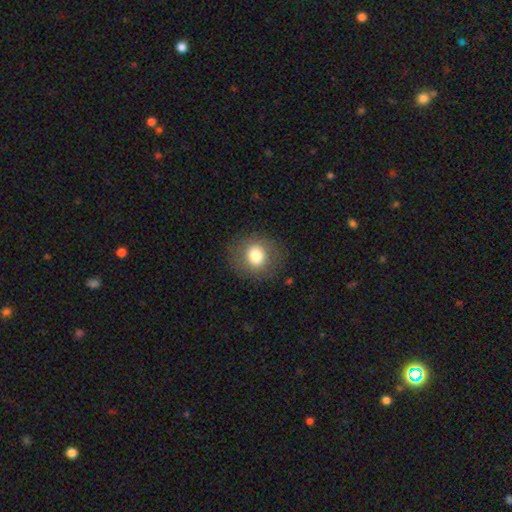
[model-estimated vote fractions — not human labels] Morphology: type=smooth (78%); roundness=round (79%); merging=none (85%).